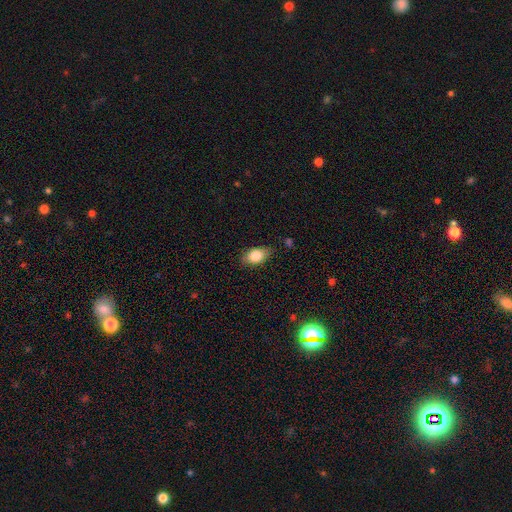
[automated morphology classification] This is clearly a smooth galaxy (83%). How rounded: clearly in between (88%). Merging: clearly none (81%).